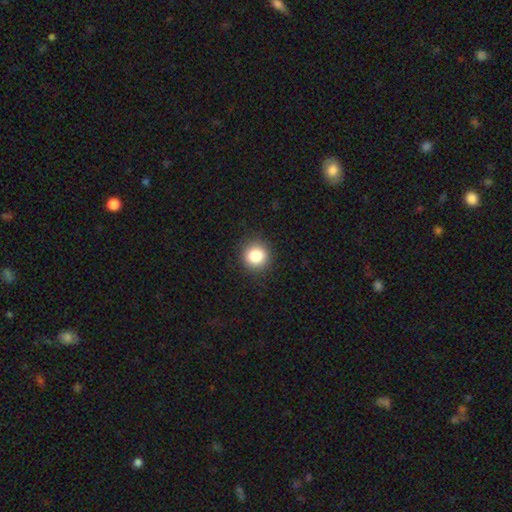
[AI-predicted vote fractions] A smooth galaxy with no disk features (85%) that is round (91%). Merging: none (90%).